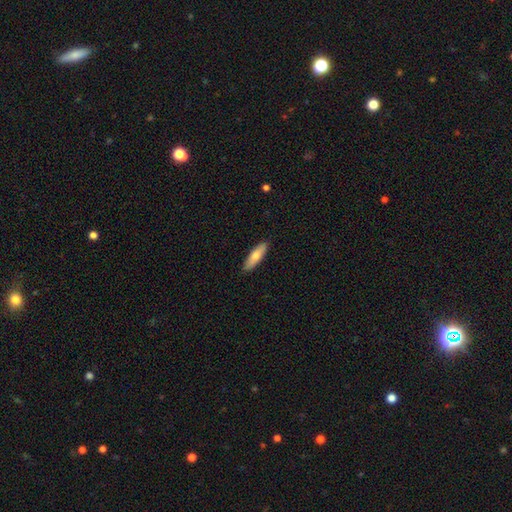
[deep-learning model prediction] The model was most divided on "how rounded": cigar-shaped: 56%, in between: 42%, round: 2%. More confident: merging — none (89%); smooth or featured — smooth (74%).